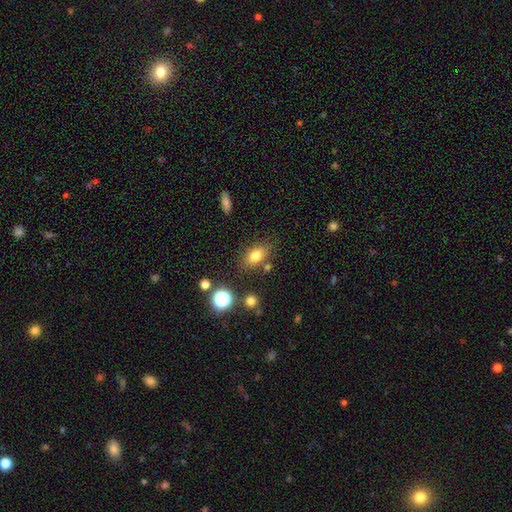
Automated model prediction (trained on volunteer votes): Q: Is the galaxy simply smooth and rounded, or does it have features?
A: smooth — 76%.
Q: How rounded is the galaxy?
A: in between — 77%.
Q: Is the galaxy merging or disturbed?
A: none — 76%.